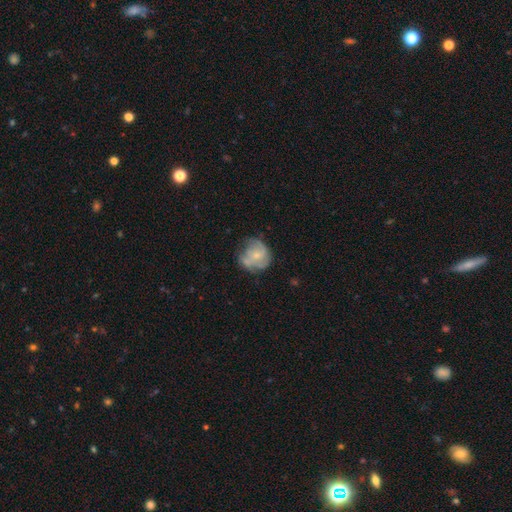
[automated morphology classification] smooth_or_featured: featured or disk (p=0.57) [alt: smooth p=0.35]
disk_edge_on: no (p=0.98) [alt: yes p=0.02]
bar: no (p=0.78) [alt: weak p=0.19]
has_spiral_arms: yes (p=0.69) [alt: no p=0.31]
bulge_size: small (p=0.66) [alt: moderate p=0.26]
merging: none (p=0.52) [alt: minor disturbance p=0.27]